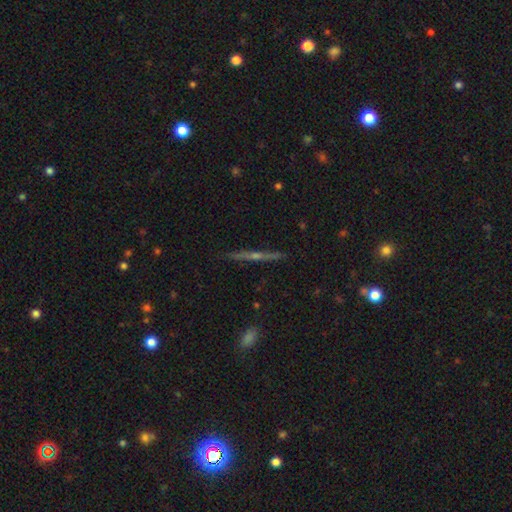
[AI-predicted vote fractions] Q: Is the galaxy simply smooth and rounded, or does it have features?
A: featured or disk — 77%.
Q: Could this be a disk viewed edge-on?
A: yes — 98%.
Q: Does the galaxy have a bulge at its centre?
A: rounded — 84%.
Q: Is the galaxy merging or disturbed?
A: none — 91%.